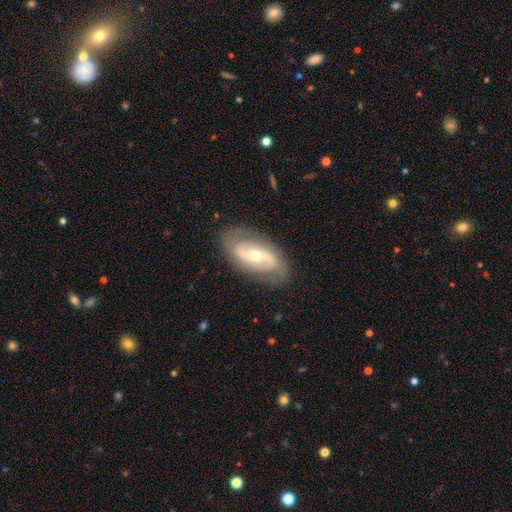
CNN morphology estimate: Q: Smooth or featured?
A: featured or disk (79%); runner-up: smooth (15%)
Q: Edge-on disk?
A: no (93%); runner-up: yes (7%)
Q: Bar?
A: weak (38%); runner-up: no (35%)
Q: Spiral arms?
A: yes (84%); runner-up: no (16%)
Q: Spiral winding?
A: medium (41%); runner-up: loose (35%)
Q: Spiral arm count?
A: 2 (84%); runner-up: can't tell (10%)
Q: Bulge size?
A: moderate (52%); runner-up: small (45%)
Q: Merging?
A: none (81%); runner-up: minor disturbance (13%)